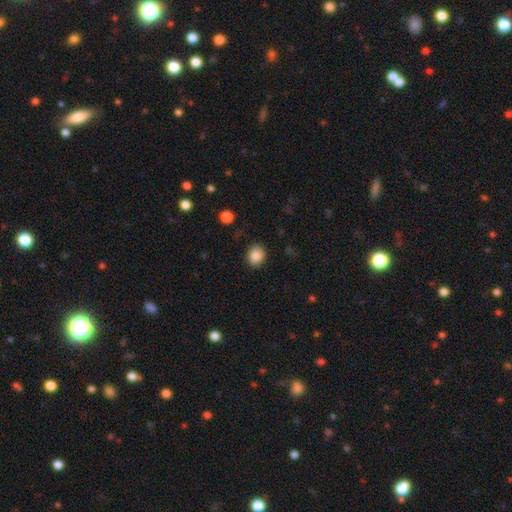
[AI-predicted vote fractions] smooth 85%, star or artifact 9%, featured or disk 6%. Down the decision tree: how rounded — round (62%); merging — none (87%).